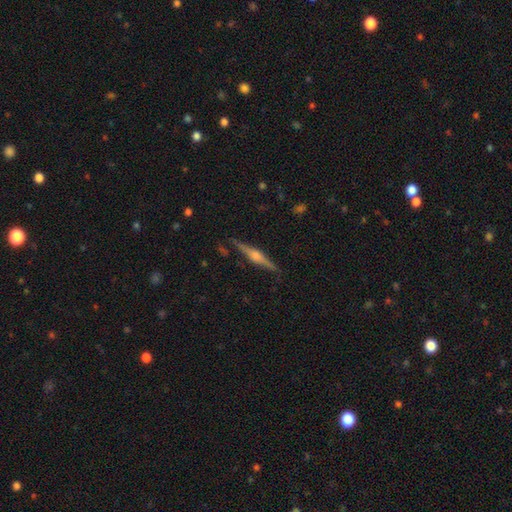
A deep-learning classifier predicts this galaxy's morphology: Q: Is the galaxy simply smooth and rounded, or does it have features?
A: featured or disk — 81%.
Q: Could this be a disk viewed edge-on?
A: yes — 98%.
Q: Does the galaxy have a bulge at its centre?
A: rounded — 88%.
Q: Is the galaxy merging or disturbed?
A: none — 90%.